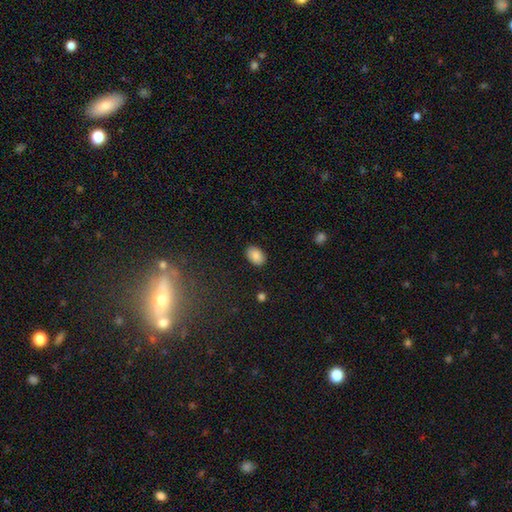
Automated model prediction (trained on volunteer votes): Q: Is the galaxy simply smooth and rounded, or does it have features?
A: smooth — 88%.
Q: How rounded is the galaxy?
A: in between — 87%.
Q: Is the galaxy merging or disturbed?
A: none — 88%.